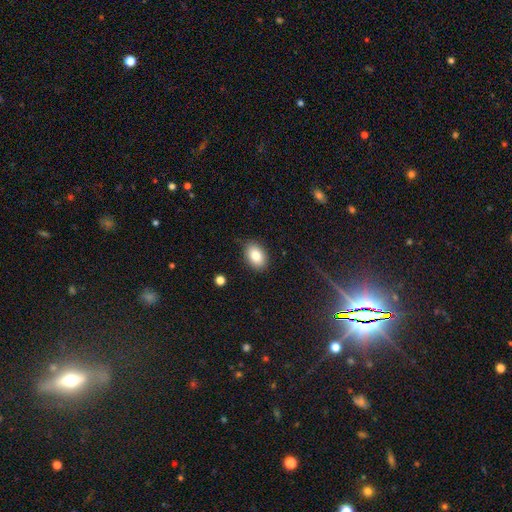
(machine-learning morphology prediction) Overall: smooth (83%). How rounded: in between (85%). Merging: none (84%).